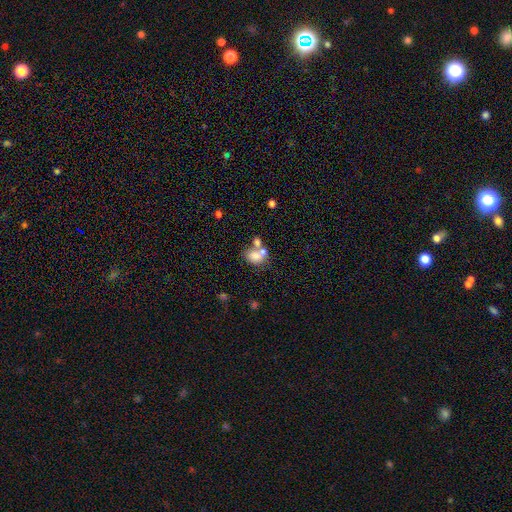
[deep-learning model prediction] This appears to be a smooth galaxy with no disk features (71%) that is in between round and cigar-shaped (67%). Merging: merger (48%).